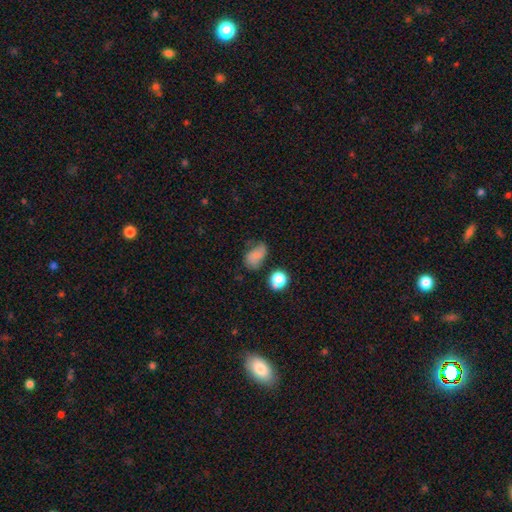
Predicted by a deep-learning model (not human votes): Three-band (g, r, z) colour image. It shows a smooth galaxy with no disk features (66%) that is in between round and cigar-shaped (80%). Merging: none (50%).